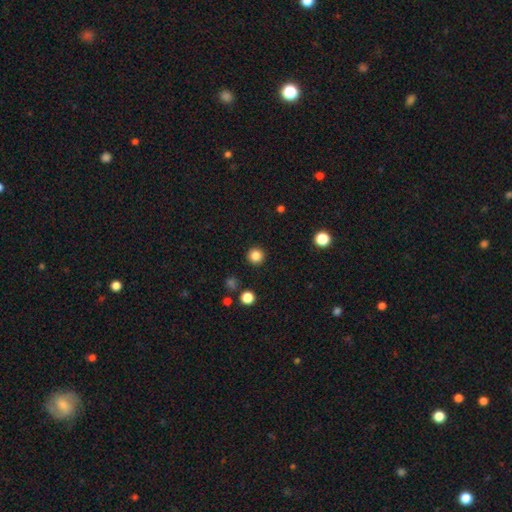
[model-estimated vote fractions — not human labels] Overall: smooth (84%). How rounded: round (96%). Merging: none (92%).